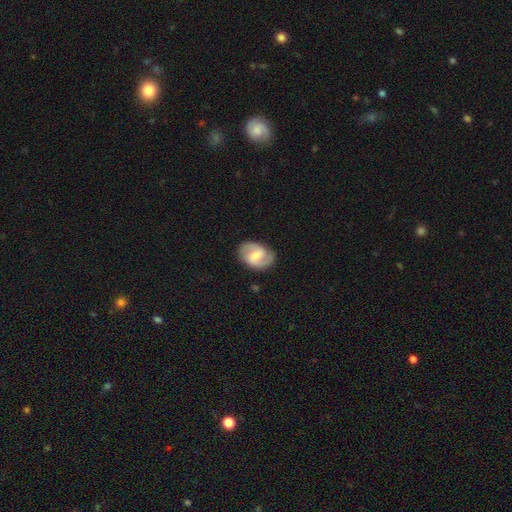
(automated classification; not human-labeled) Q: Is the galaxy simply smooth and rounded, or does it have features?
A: featured or disk — 74%.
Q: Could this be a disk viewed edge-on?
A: no — 97%.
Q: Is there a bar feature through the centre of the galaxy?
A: weak — 55%.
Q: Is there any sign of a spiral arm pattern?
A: yes — 93%.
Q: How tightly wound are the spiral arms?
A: medium — 51%.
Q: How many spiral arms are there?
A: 2 — 88%.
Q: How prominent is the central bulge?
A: moderate — 49%.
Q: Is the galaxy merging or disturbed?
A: none — 82%.